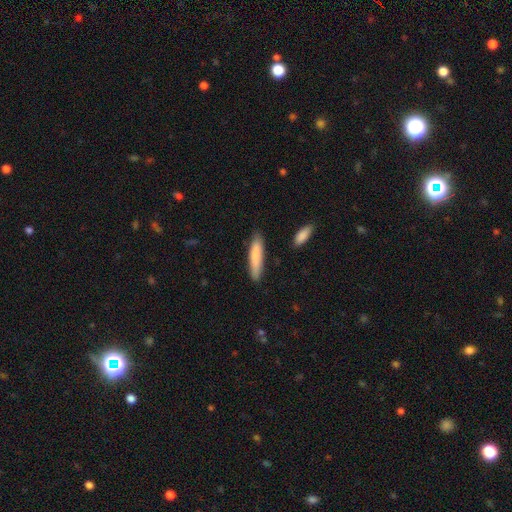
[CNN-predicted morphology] The model was most divided on "how rounded": cigar-shaped: 82%, in between: 16%, round: 1%. More confident: merging — none (84%); smooth or featured — smooth (81%).